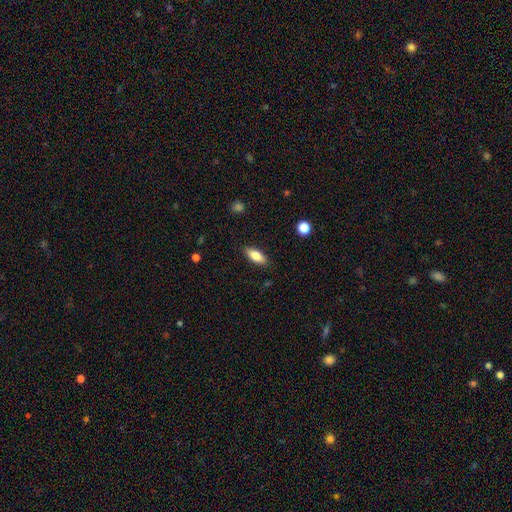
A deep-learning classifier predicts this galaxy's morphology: smooth-or-featured: smooth: 80% | featured or disk: 14% | star or artifact: 7%
  how-rounded: in between: 77% | cigar-shaped: 20% | round: 2%
  merging: none: 87% | minor disturbance: 10% | major disturbance: 2% | merger: 1%